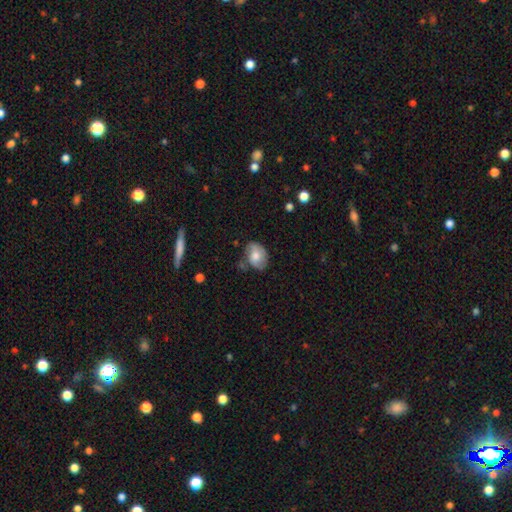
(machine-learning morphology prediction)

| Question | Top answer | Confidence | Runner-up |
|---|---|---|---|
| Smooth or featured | smooth | 60% | featured or disk (32%) |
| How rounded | in between | 74% | round (24%) |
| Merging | none | 53% | minor disturbance (31%) |